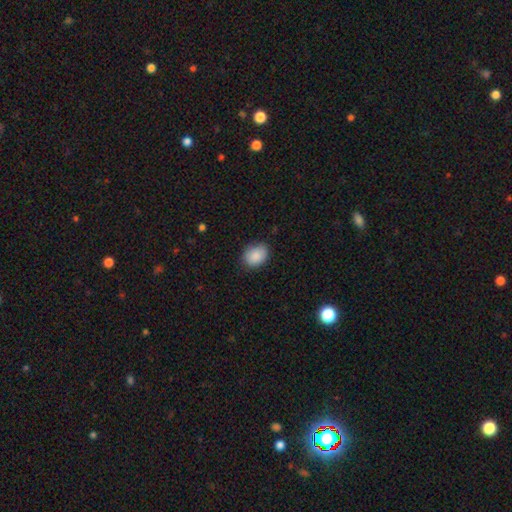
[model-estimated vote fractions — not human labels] smooth_or_featured: smooth (p=0.89) [alt: star or artifact p=0.07]
how_rounded: in between (p=0.69) [alt: round p=0.30]
merging: none (p=0.80) [alt: minor disturbance p=0.15]